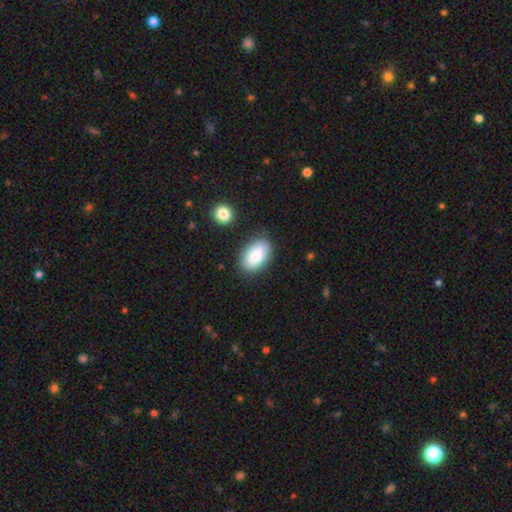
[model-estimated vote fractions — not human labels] A smooth galaxy with no disk features (86%) that is in between round and cigar-shaped (93%).

Vote fractions:
- Smooth or featured? smooth: 86% / featured or disk: 8% / star or artifact: 6%
- How rounded? in between: 93% / round: 5% / cigar-shaped: 2%
- Merging? none: 83% / minor disturbance: 11% / merger: 3% / major disturbance: 3%